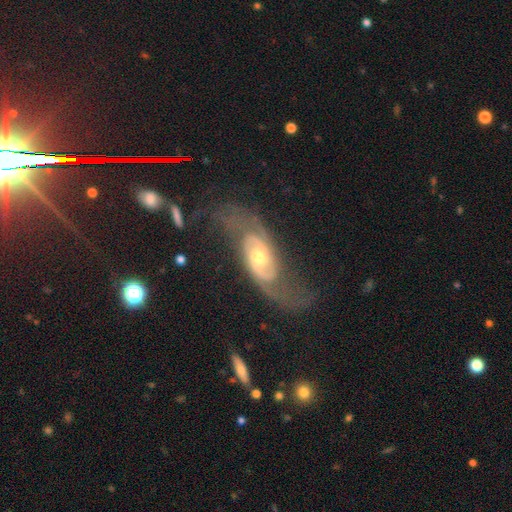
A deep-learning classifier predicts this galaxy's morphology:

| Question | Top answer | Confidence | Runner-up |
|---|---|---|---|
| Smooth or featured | featured or disk | 85% | smooth (10%) |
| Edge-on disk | no | 92% | yes (8%) |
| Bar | no | 51% | weak (35%) |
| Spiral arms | yes | 92% | no (8%) |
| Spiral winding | medium | 40% | tight (35%) |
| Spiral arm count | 2 | 83% | can't tell (9%) |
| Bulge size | moderate | 71% | small (20%) |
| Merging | none | 63% | major disturbance (18%) |